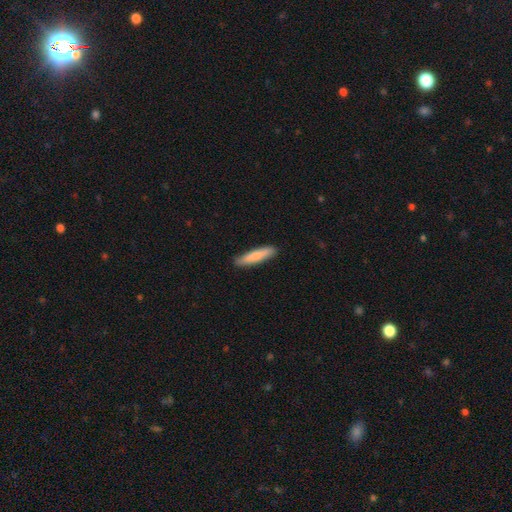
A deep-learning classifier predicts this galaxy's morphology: A smooth galaxy with no disk features (82%) that is cigar-shaped (83%).

Vote fractions:
- Smooth or featured? smooth: 82% / featured or disk: 13% / star or artifact: 5%
- How rounded? cigar-shaped: 83% / in between: 15% / round: 1%
- Merging? none: 88% / minor disturbance: 9% / major disturbance: 2% / merger: 1%